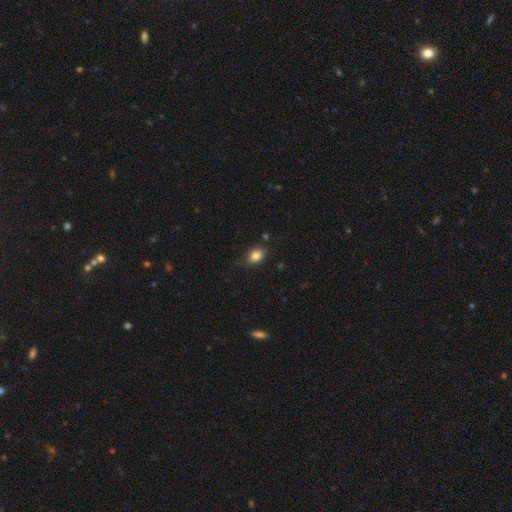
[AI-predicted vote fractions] Overall: smooth (84%). How rounded: in between (73%). Merging: none (74%).